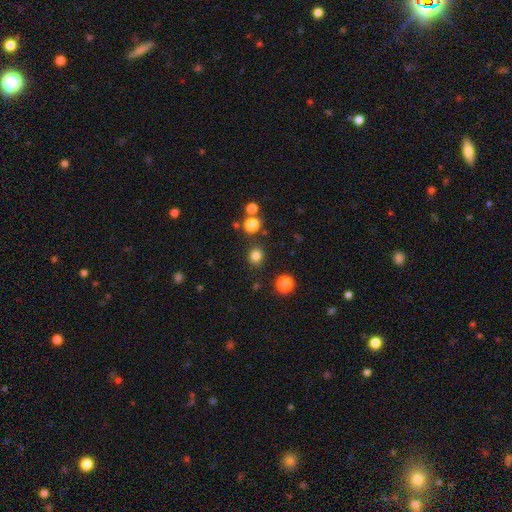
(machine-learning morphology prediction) Smooth or featured? Predicted: smooth (p=0.80). How rounded? Predicted: round (p=0.86). Merging? Predicted: none (p=0.86).